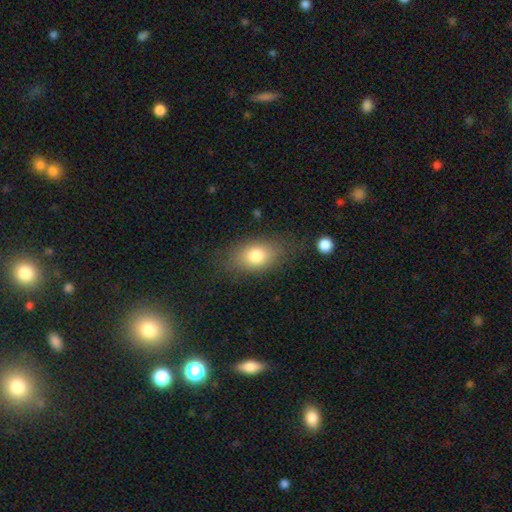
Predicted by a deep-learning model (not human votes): Smooth or featured? smooth (78%)
How rounded? in between (78%)
Merging? none (76%)